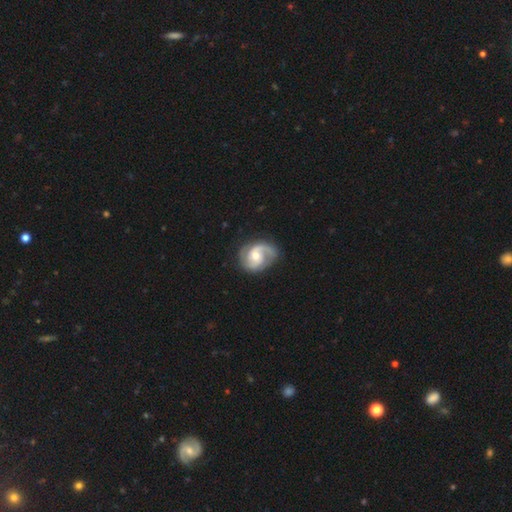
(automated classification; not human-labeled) Q: Smooth or featured?
A: featured or disk (86%); runner-up: smooth (10%)
Q: Edge-on disk?
A: no (98%); runner-up: yes (2%)
Q: Bar?
A: no (53%); runner-up: weak (38%)
Q: Spiral arms?
A: yes (97%); runner-up: no (3%)
Q: Spiral winding?
A: medium (50%); runner-up: tight (34%)
Q: Spiral arm count?
A: 2 (82%); runner-up: can't tell (5%)
Q: Bulge size?
A: moderate (62%); runner-up: small (32%)
Q: Merging?
A: none (75%); runner-up: minor disturbance (17%)